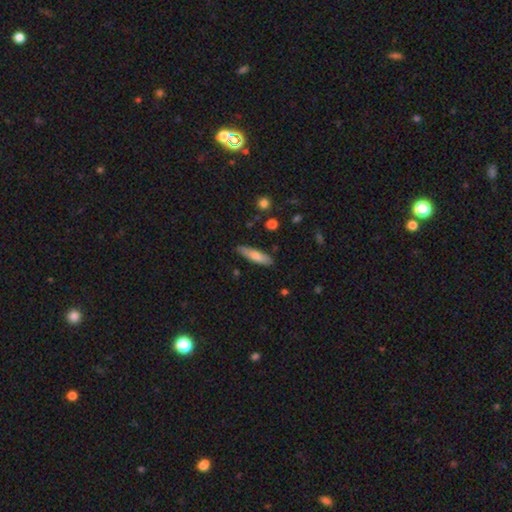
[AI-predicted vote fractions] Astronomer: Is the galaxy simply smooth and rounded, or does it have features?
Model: smooth — 70%.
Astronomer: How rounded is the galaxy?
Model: cigar-shaped — 73%.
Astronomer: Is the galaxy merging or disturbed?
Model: none — 86%.